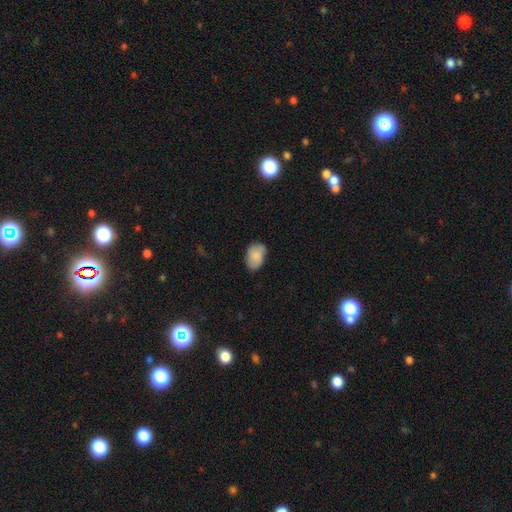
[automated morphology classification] type=smooth (83%); roundness=in between (88%); merging=none (74%).